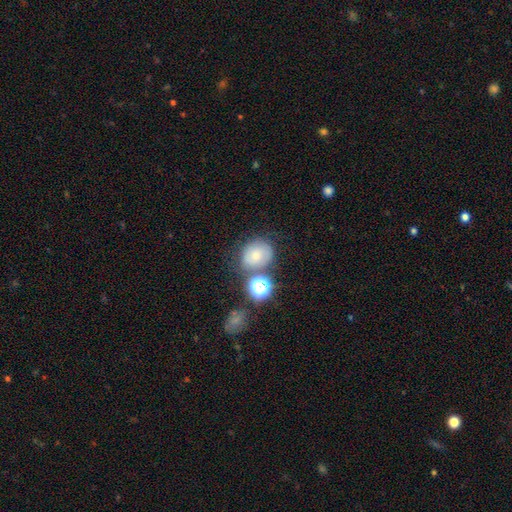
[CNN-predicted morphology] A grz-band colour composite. It shows a smooth galaxy with no disk features (68%) that is round (69%). Merging: none (58%).